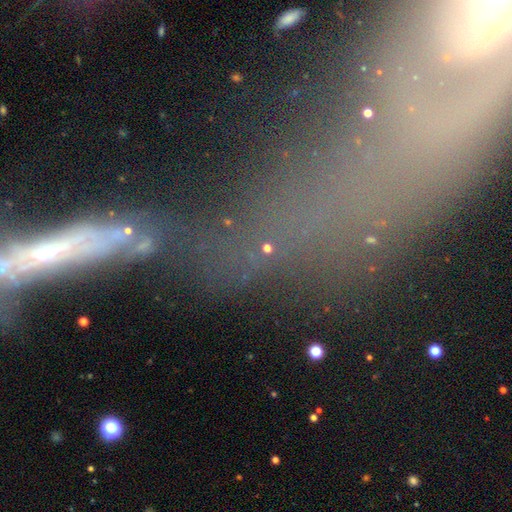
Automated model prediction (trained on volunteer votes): Smooth or featured? Predicted: featured or disk (p=0.38). Merging? Predicted: merger (p=0.30).